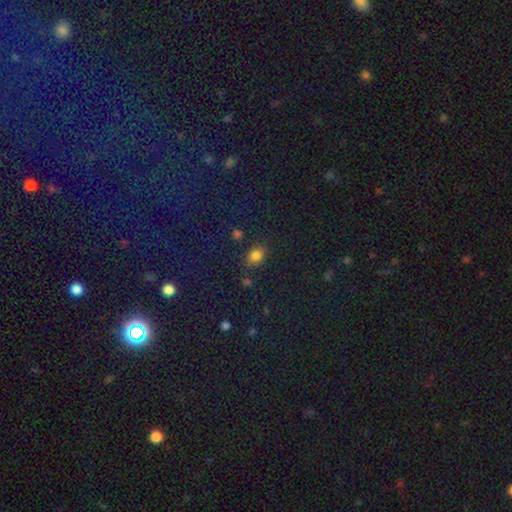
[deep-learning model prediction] The model was most divided on "how rounded": in between: 54%, round: 44%, cigar-shaped: 2%. More confident: smooth or featured — smooth (77%); merging — none (75%).